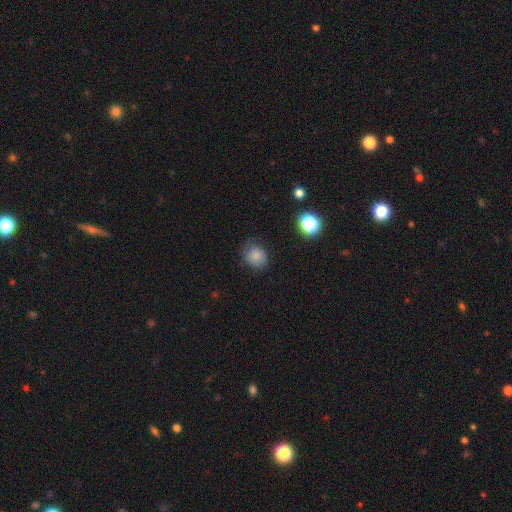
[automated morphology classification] Smooth or featured: smooth — 83% (star or artifact — 12%)
How rounded: round — 73% (in between — 26%)
Merging: none — 70% (minor disturbance — 23%)